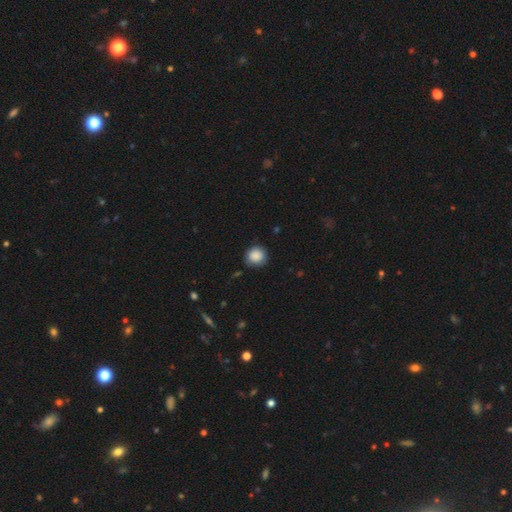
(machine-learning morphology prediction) This appears to be a smooth galaxy with no disk features (88%) that is round (89%). Merging: none (83%).